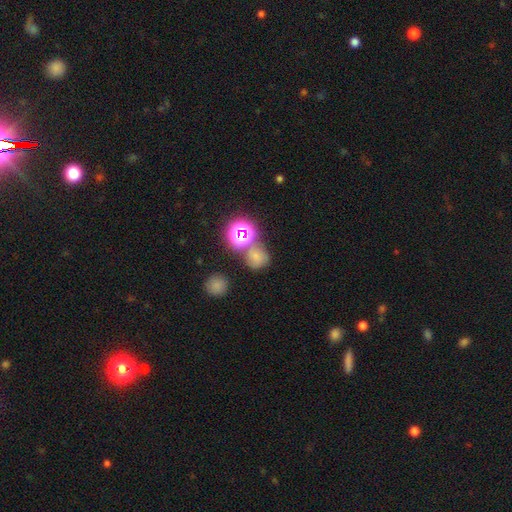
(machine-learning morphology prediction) Overall: smooth (61%; star or artifact 29%). How rounded: round (77%). Merging: none (58%; merger 22%).